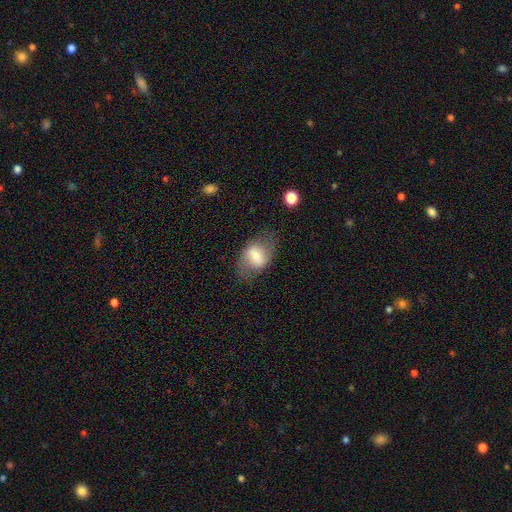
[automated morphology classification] smooth_or_featured: smooth (p=0.48) [alt: featured or disk p=0.43]
merging: none (p=0.71) [alt: minor disturbance p=0.18]